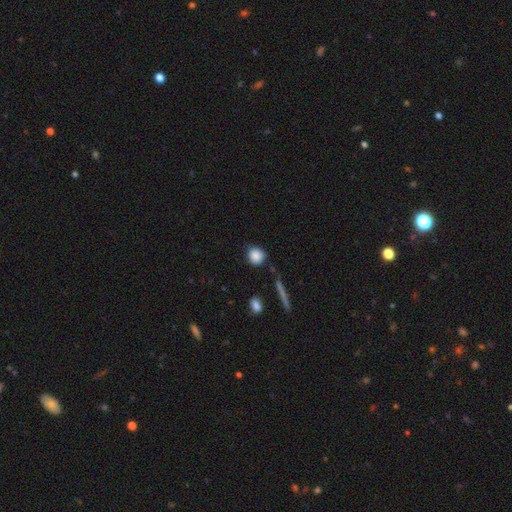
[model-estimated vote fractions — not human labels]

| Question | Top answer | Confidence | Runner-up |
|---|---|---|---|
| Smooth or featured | smooth | 87% | star or artifact (8%) |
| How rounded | round | 87% | in between (11%) |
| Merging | none | 81% | minor disturbance (12%) |